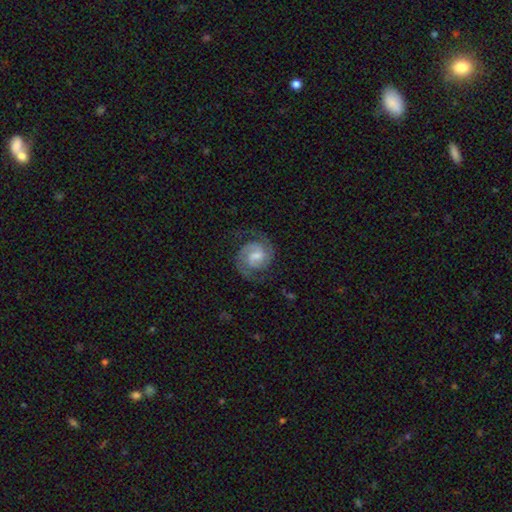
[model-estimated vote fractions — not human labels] smooth-or-featured: featured or disk: 88% | smooth: 7% | star or artifact: 5%
  disk-edge-on: no: 98% | yes: 2%
    bar: weak: 55% | no: 29% | strong: 16%
    has-spiral-arms: yes: 98% | no: 2%
      spiral-winding: tight: 48% | medium: 44% | loose: 8%
      spiral-arm-count: 2: 91% | can't tell: 3% | 3: 2% | 1: 1% | 4: 1% | more than 4: 1%
    bulge-size: moderate: 48% | small: 33% | none: 12% | large: 6% | dominant: 1%
  merging: none: 79% | minor disturbance: 14% | major disturbance: 6% | merger: 1%